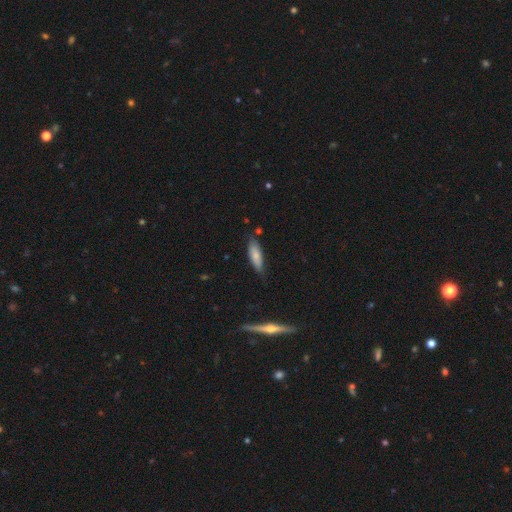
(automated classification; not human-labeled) The model was most divided on "how rounded": in between: 51%, cigar-shaped: 48%, round: 2%. More confident: smooth or featured — smooth (75%); merging — none (73%).